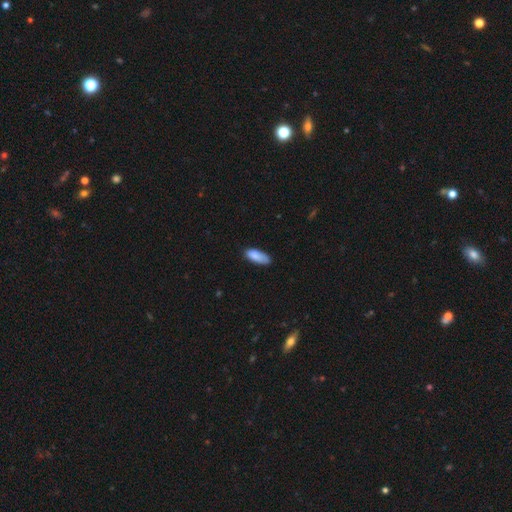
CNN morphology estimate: Overall: smooth (86%). How rounded: in between (79%). Merging: none (70%).